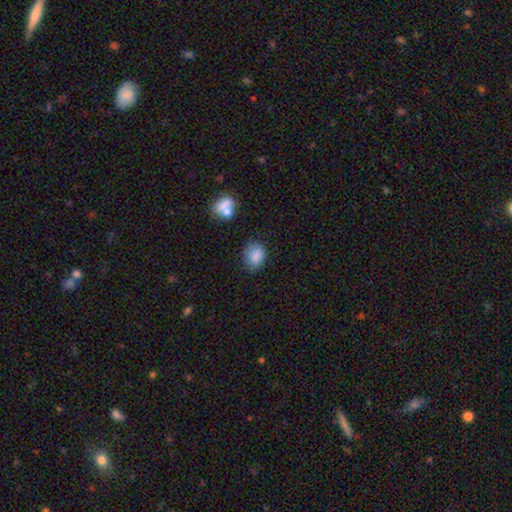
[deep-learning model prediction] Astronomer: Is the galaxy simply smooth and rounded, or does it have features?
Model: smooth — 85%.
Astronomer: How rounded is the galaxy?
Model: in between — 59% (runner-up: round, 40%).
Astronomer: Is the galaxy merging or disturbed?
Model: none — 70%.